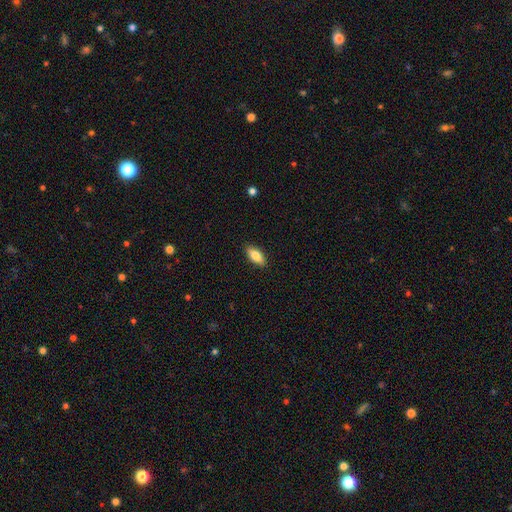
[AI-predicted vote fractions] A smooth galaxy with no disk features (81%) that is in between round and cigar-shaped (85%).

Vote fractions:
- Smooth or featured? smooth: 81% / featured or disk: 12% / star or artifact: 7%
- How rounded? in between: 85% / cigar-shaped: 12% / round: 3%
- Merging? none: 89% / minor disturbance: 8% / major disturbance: 2% / merger: 1%